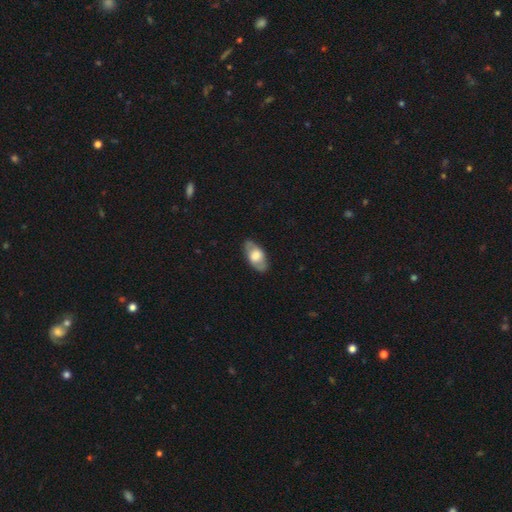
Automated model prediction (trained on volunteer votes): smooth-or-featured: smooth: 55% | featured or disk: 39% | star or artifact: 6%
  how-rounded: in between: 90% | cigar-shaped: 5% | round: 5%
  merging: none: 78% | minor disturbance: 16% | major disturbance: 4% | merger: 1%